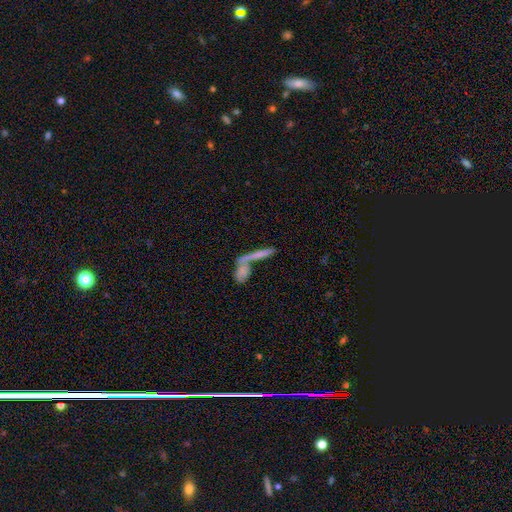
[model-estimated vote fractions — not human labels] Smooth or featured? Predicted: smooth (p=0.48). Merging? Predicted: merger (p=0.50).